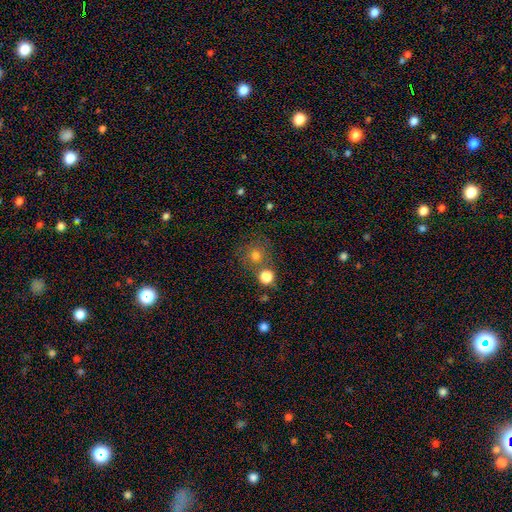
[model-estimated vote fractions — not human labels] smooth-or-featured: smooth: 70% | star or artifact: 19% | featured or disk: 11%
  how-rounded: round: 89% | in between: 10% | cigar-shaped: 1%
  merging: none: 66% | merger: 20% | minor disturbance: 10% | major disturbance: 4%